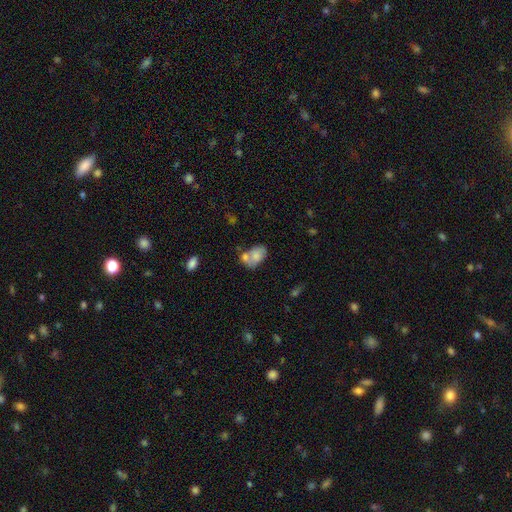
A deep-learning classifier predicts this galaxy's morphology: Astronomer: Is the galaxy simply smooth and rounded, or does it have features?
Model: smooth — 73%.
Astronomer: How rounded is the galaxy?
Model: in between — 81%.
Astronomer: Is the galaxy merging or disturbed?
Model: merger — 48% (runner-up: none, 31%).